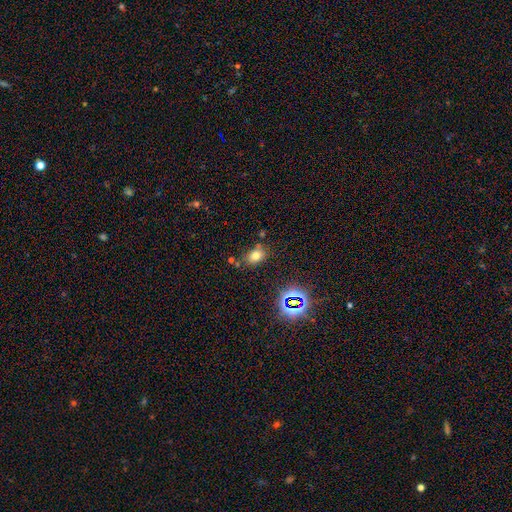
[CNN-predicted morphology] type=smooth (71%); roundness=in between (73%); merging=none (73%).